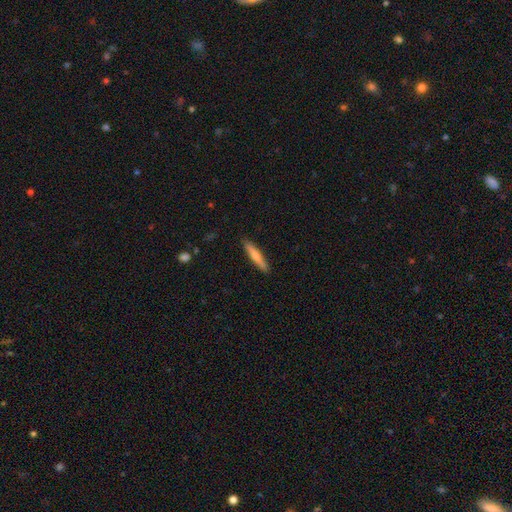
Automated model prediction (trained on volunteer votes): A smooth galaxy with no disk features (64%) that is cigar-shaped (90%).

Vote fractions:
- Smooth or featured? smooth: 64% / featured or disk: 30% / star or artifact: 5%
- How rounded? cigar-shaped: 90% / in between: 8% / round: 1%
- Merging? none: 90% / minor disturbance: 7% / major disturbance: 1% / merger: 1%